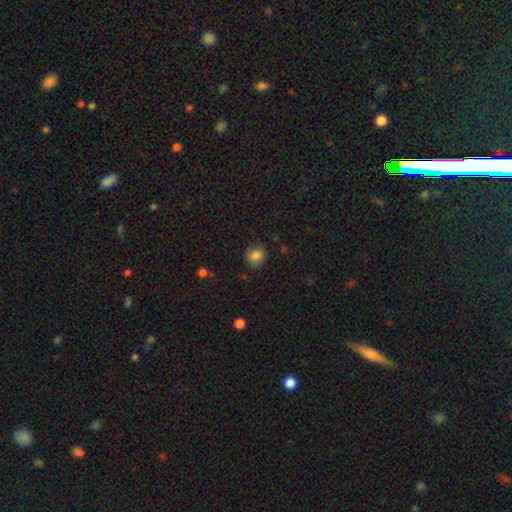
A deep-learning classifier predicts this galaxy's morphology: Smooth or featured? smooth (84%)
How rounded? round (86%)
Merging? none (83%)